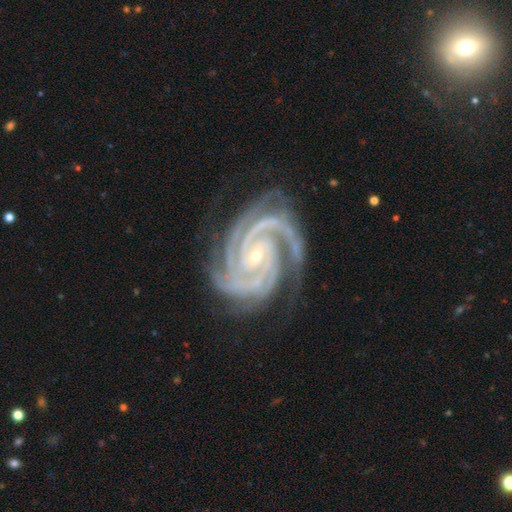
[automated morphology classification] A featured or disk galaxy (94%) with no bar (49%), 3 (41%) tight (76%) spiral arms (99%) and a small central bulge (79%). Merging: none (75%).